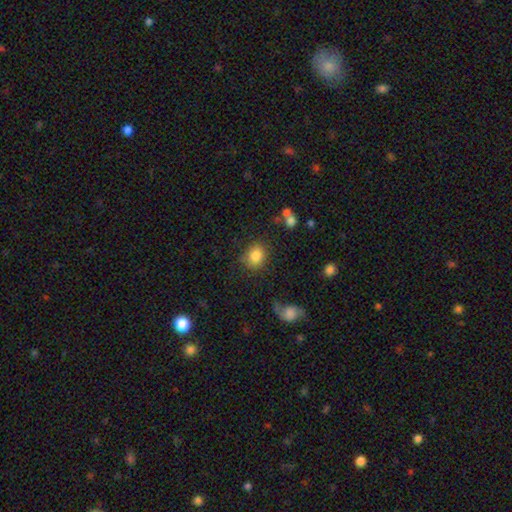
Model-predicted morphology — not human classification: smooth-or-featured: smooth: 83% | star or artifact: 9% | featured or disk: 8%
  how-rounded: round: 59% | in between: 40% | cigar-shaped: 1%
  merging: none: 74% | minor disturbance: 16% | major disturbance: 6% | merger: 3%